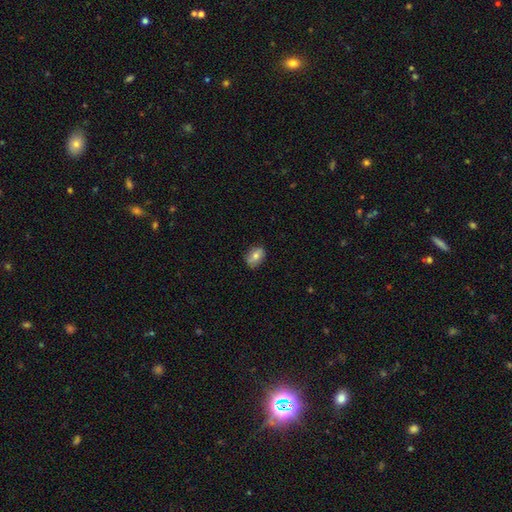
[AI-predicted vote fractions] Q: Smooth or featured?
A: smooth (71%); runner-up: featured or disk (20%)
Q: How rounded?
A: in between (77%); runner-up: round (21%)
Q: Merging?
A: none (78%); runner-up: minor disturbance (17%)